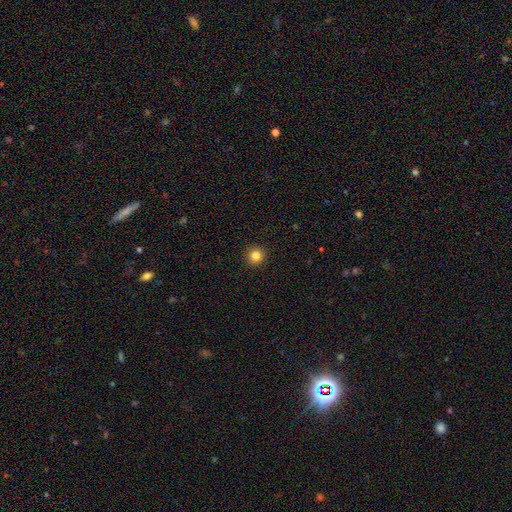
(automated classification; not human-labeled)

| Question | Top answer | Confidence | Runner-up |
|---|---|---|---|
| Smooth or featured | smooth | 83% | star or artifact (12%) |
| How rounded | round | 95% | in between (4%) |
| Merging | none | 93% | minor disturbance (4%) |